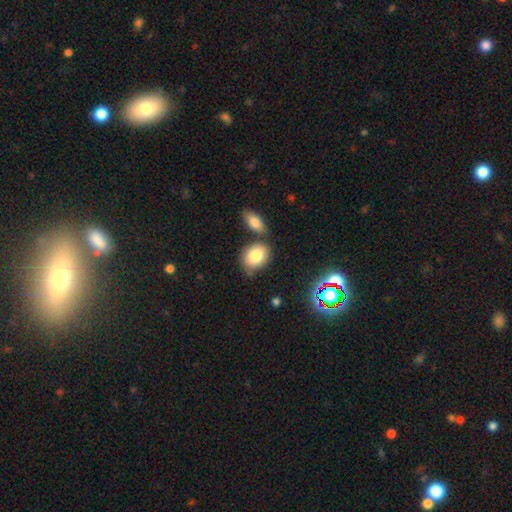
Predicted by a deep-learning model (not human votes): smooth_or_featured: smooth (p=0.81) [alt: featured or disk p=0.11]
how_rounded: in between (p=0.61) [alt: round p=0.37]
merging: none (p=0.64) [alt: merger p=0.18]